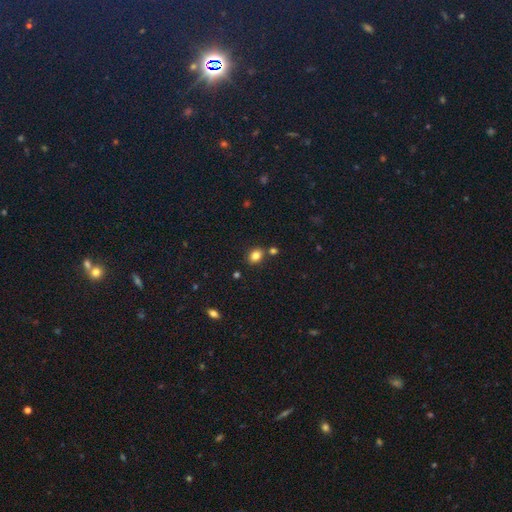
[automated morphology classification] Smooth or featured? Predicted: smooth (p=0.82). How rounded? Predicted: in between (p=0.59). Merging? Predicted: none (p=0.77).